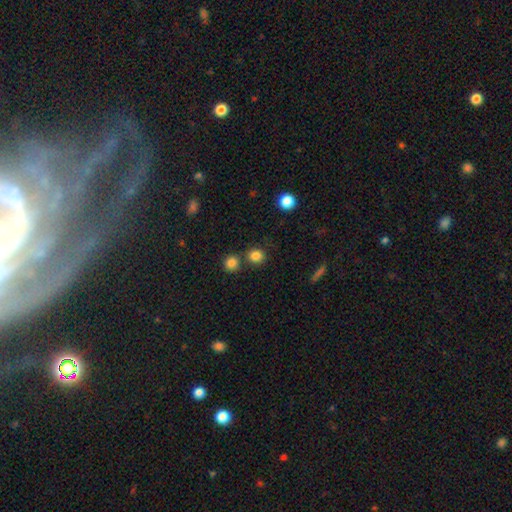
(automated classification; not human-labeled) smooth_or_featured: smooth (p=0.84) [alt: star or artifact p=0.12]
how_rounded: round (p=0.82) [alt: in between p=0.17]
merging: none (p=0.73) [alt: merger p=0.16]